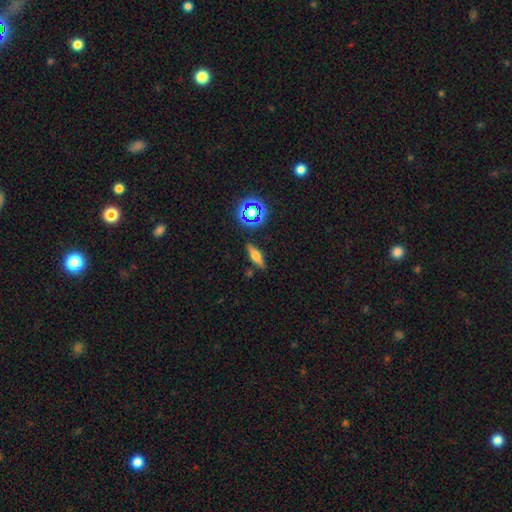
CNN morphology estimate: Smooth or featured? Predicted: featured or disk (p=0.44). Merging? Predicted: none (p=0.84).